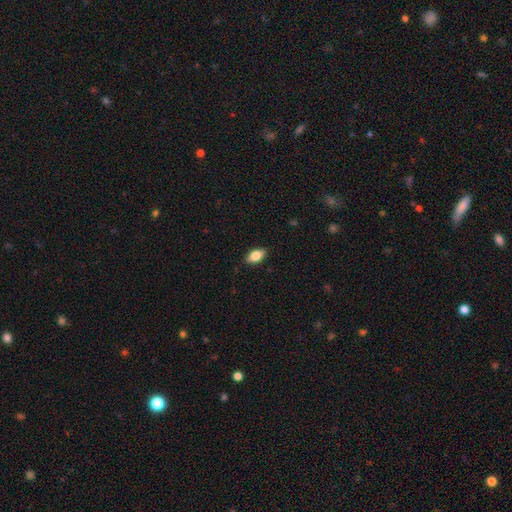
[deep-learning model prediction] Overall: smooth (81%). How rounded: in between (90%). Merging: none (87%).